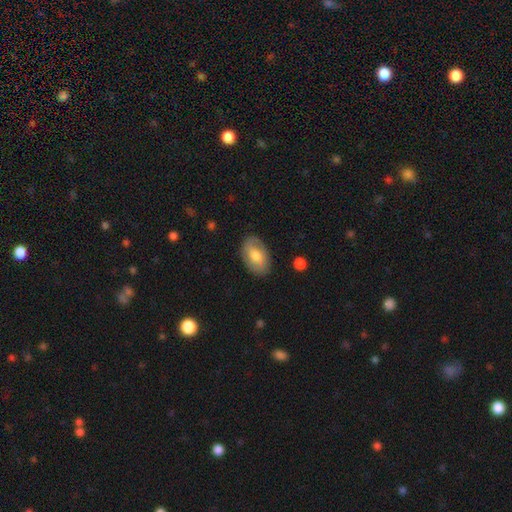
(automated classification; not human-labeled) A smooth galaxy with no disk features (62%) that is in between round and cigar-shaped (91%).

Vote fractions:
- Smooth or featured? smooth: 62% / featured or disk: 32% / star or artifact: 6%
- How rounded? in between: 91% / round: 8% / cigar-shaped: 1%
- Merging? none: 82% / minor disturbance: 13% / major disturbance: 3% / merger: 1%